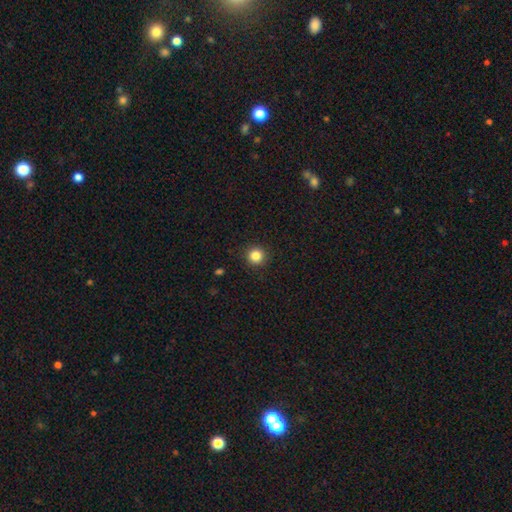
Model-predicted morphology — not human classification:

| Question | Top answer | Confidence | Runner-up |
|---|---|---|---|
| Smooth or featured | smooth | 84% | star or artifact (12%) |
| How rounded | round | 95% | in between (4%) |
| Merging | none | 92% | minor disturbance (5%) |